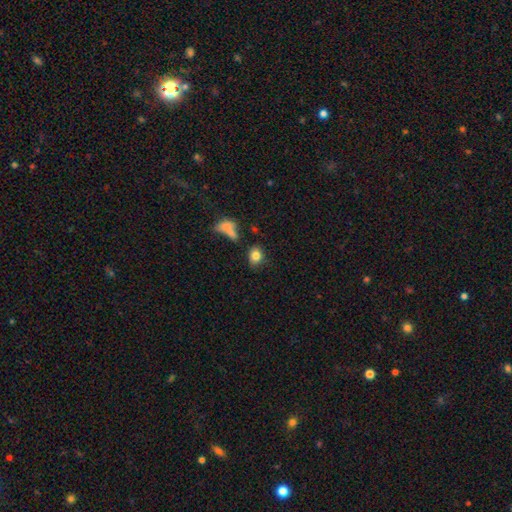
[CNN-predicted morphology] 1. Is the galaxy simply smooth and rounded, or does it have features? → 82% smooth, 10% star or artifact, 8% featured or disk.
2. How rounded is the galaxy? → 54% in between, 44% round, 2% cigar-shaped.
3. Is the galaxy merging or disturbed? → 73% none, 14% minor disturbance, 8% merger, 5% major disturbance.